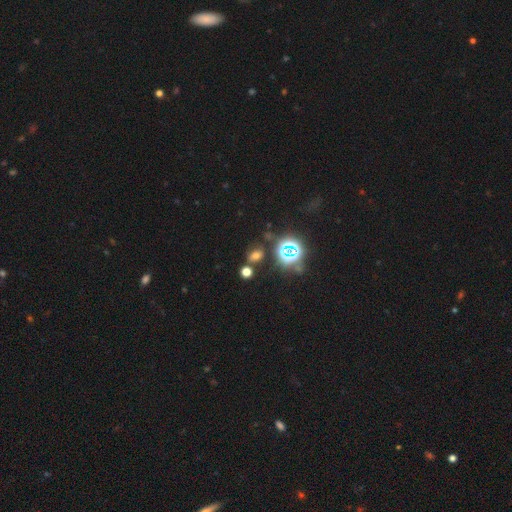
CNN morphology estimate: smooth 52%, star or artifact 38%, featured or disk 10%. Down the decision tree: how rounded — in between (71%); merging — none (74%).